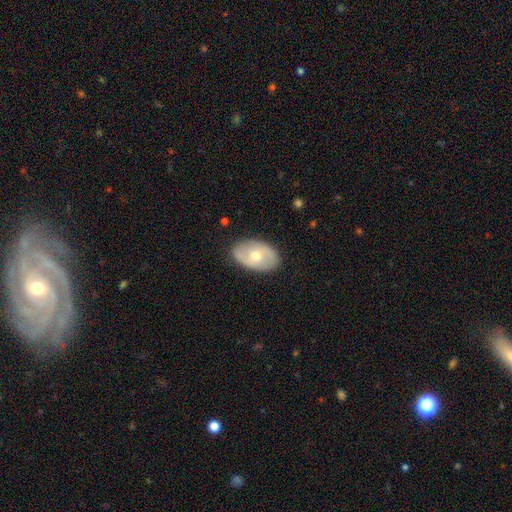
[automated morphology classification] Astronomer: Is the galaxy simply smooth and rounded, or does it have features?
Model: featured or disk — 52% (runner-up: smooth, 42%).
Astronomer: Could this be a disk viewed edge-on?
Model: no — 92%.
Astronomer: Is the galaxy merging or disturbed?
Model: none — 85%.